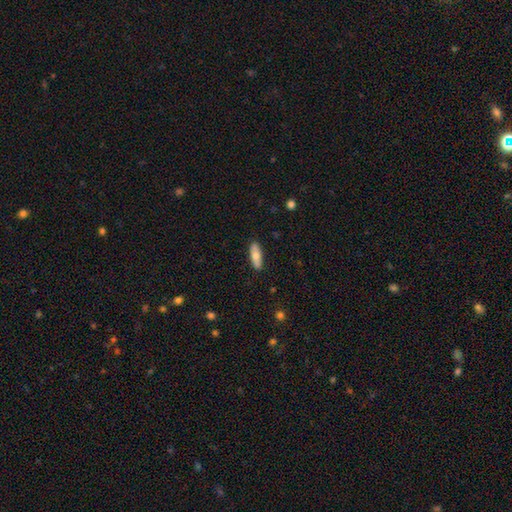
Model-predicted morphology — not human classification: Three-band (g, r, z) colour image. It shows a smooth galaxy with no disk features (71%) that is in between round and cigar-shaped (60%). Merging: none (88%).